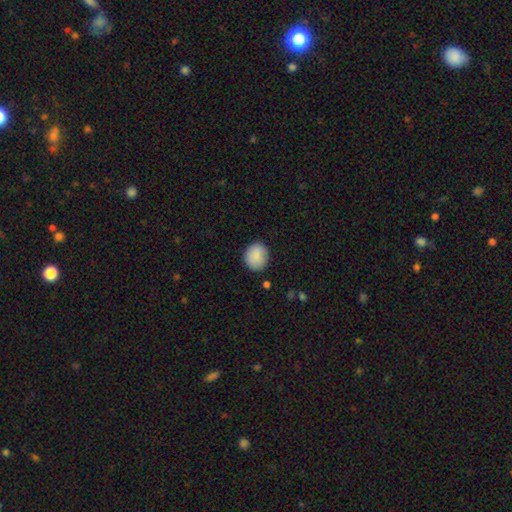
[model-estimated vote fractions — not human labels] Q: Smooth or featured?
A: smooth (87%); runner-up: star or artifact (7%)
Q: How rounded?
A: round (72%); runner-up: in between (27%)
Q: Merging?
A: none (82%); runner-up: minor disturbance (14%)